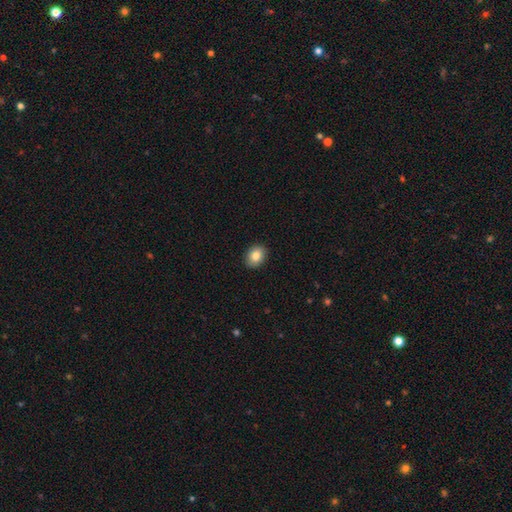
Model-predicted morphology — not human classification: smooth 83%, star or artifact 8%, featured or disk 8%. Down the decision tree: how rounded — in between (56%); merging — none (90%).